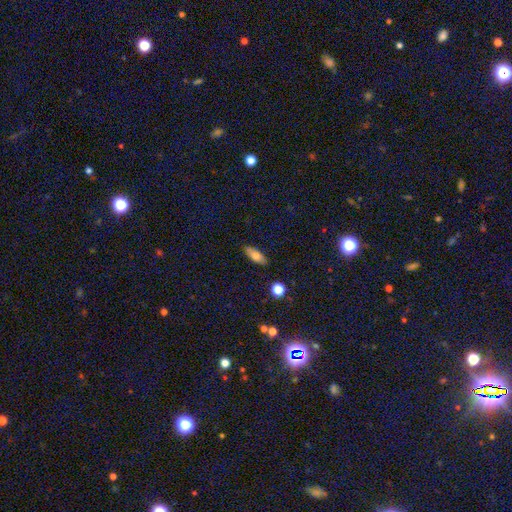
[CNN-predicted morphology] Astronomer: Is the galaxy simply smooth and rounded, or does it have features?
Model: smooth — 71%.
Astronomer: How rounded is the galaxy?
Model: in between — 72%.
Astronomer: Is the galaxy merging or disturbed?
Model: none — 87%.